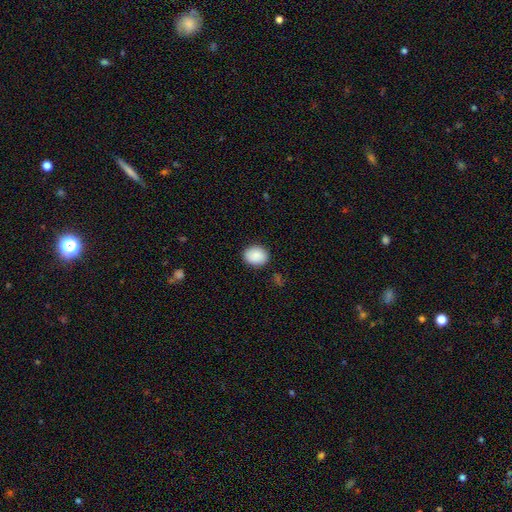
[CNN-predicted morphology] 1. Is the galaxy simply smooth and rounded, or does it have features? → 89% smooth, 7% star or artifact, 4% featured or disk.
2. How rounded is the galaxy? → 50% in between, 49% round, 1% cigar-shaped.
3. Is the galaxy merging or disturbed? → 87% none, 9% minor disturbance, 2% major disturbance, 1% merger.